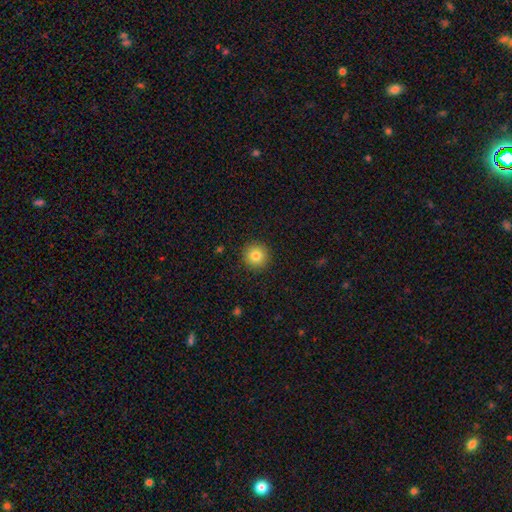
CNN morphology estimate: smooth-or-featured: smooth: 83% | star or artifact: 10% | featured or disk: 7%
  how-rounded: round: 95% | in between: 4% | cigar-shaped: 1%
  merging: none: 92% | minor disturbance: 5% | major disturbance: 2% | merger: 1%